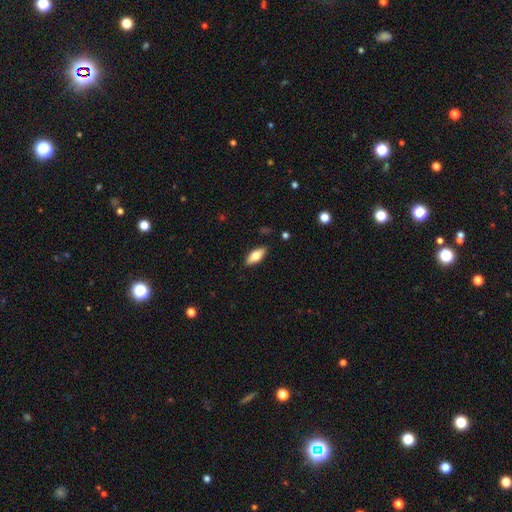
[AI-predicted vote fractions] Smooth or featured?
  - smooth: 68% *
  - featured or disk: 26%
  - star or artifact: 6%
How rounded?
  - in between: 78% *
  - cigar-shaped: 19%
  - round: 3%
Merging?
  - none: 87% *
  - minor disturbance: 9%
  - major disturbance: 2%
  - merger: 1%